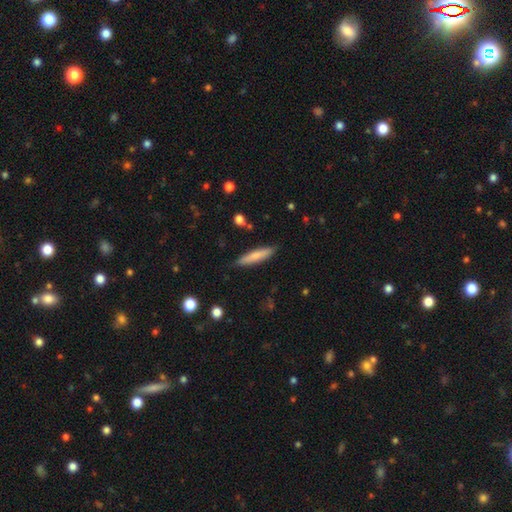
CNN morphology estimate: Q: Smooth or featured?
A: smooth (74%); runner-up: featured or disk (20%)
Q: How rounded?
A: cigar-shaped (84%); runner-up: in between (14%)
Q: Merging?
A: none (85%); runner-up: minor disturbance (11%)